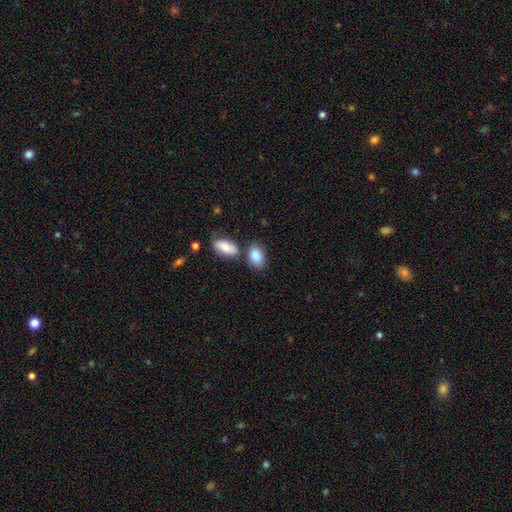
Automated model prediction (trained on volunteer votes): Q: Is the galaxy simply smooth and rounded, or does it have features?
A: smooth — 87%.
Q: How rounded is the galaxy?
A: in between — 89%.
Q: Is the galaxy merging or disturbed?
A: none — 60%.